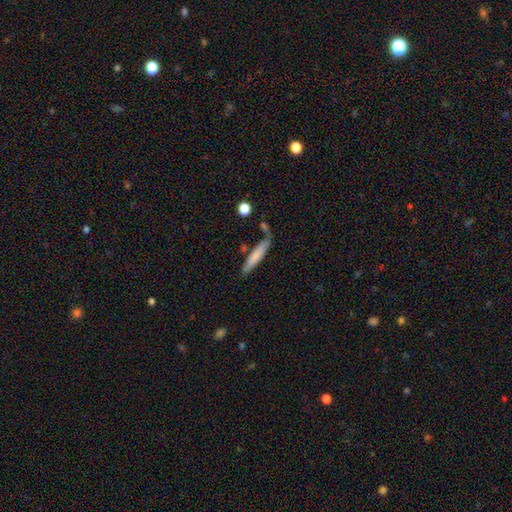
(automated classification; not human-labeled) Q: Smooth or featured?
A: smooth (73%); runner-up: featured or disk (21%)
Q: How rounded?
A: cigar-shaped (88%); runner-up: in between (10%)
Q: Merging?
A: none (70%); runner-up: minor disturbance (17%)